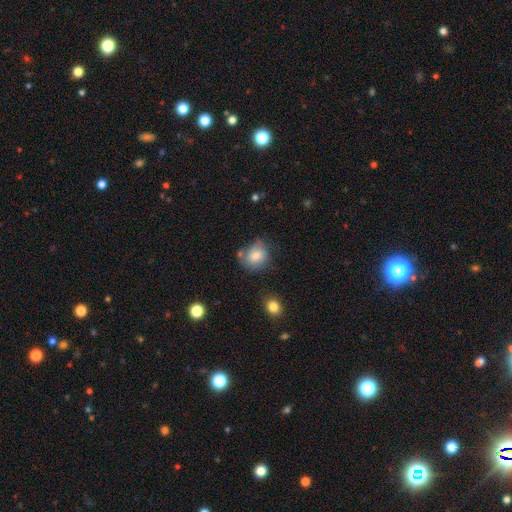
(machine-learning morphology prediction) Q: Smooth or featured?
A: smooth (75%); runner-up: featured or disk (16%)
Q: How rounded?
A: round (66%); runner-up: in between (33%)
Q: Merging?
A: none (56%); runner-up: minor disturbance (26%)